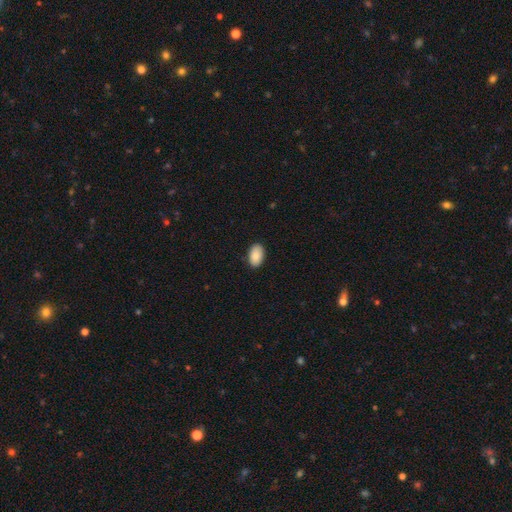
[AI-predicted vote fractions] Smooth or featured?
  - smooth: 88% *
  - star or artifact: 7%
  - featured or disk: 5%
How rounded?
  - in between: 92% *
  - round: 6%
  - cigar-shaped: 1%
Merging?
  - none: 87% *
  - minor disturbance: 10%
  - major disturbance: 2%
  - merger: 1%